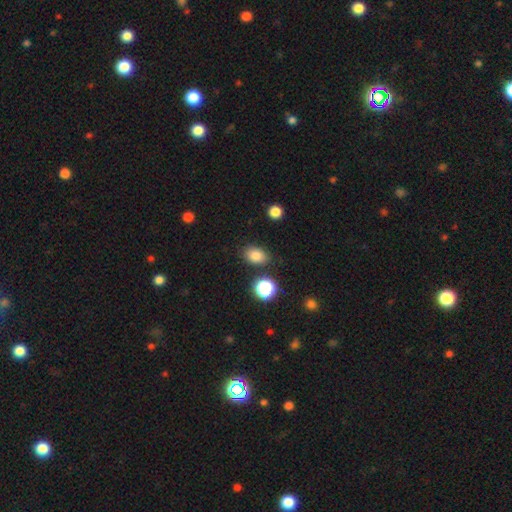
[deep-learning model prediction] smooth 81%, star or artifact 12%, featured or disk 7%. Down the decision tree: how rounded — in between (75%); merging — none (82%).